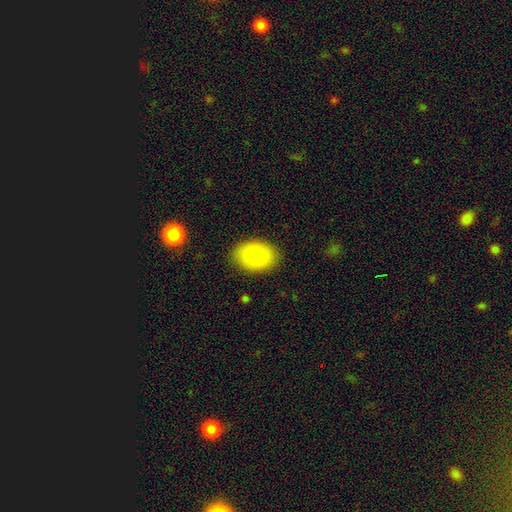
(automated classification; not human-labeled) This appears to be a smooth galaxy with no disk features (85%) that is in between round and cigar-shaped (81%). Merging: none (86%).